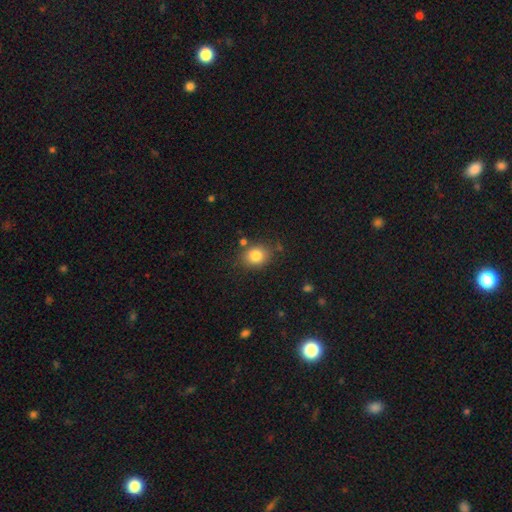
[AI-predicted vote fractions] Q: Smooth or featured?
A: smooth (83%); runner-up: star or artifact (10%)
Q: How rounded?
A: round (58%); runner-up: in between (41%)
Q: Merging?
A: none (79%); runner-up: minor disturbance (12%)